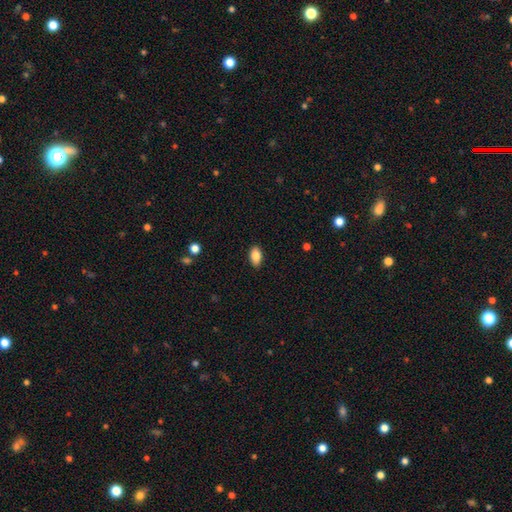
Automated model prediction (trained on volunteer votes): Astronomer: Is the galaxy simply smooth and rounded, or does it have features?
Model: smooth — 86%.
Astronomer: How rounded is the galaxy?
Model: in between — 91%.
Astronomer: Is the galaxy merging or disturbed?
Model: none — 87%.